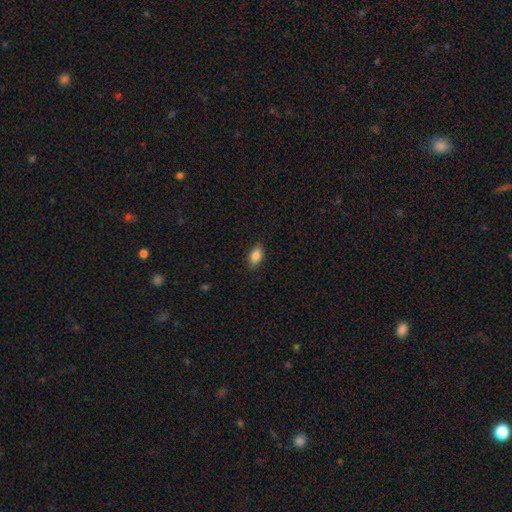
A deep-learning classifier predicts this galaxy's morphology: A smooth galaxy with no disk features (86%) that is in between round and cigar-shaped (89%). Merging: none (87%).